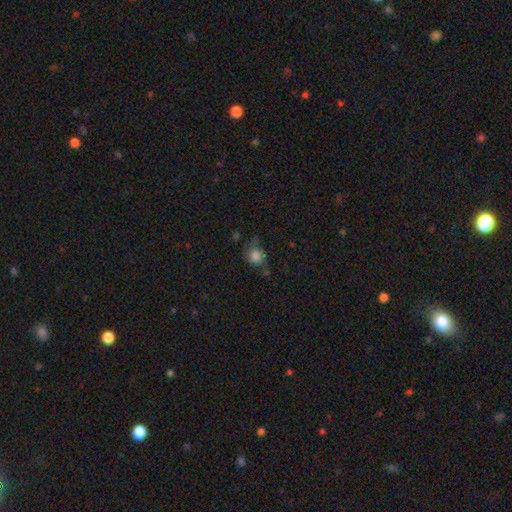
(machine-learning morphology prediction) The model was most divided on "merging": none: 50%, minor disturbance: 27%, major disturbance: 14%, merger: 9%. More confident: smooth or featured — smooth (81%); how rounded — round (77%).